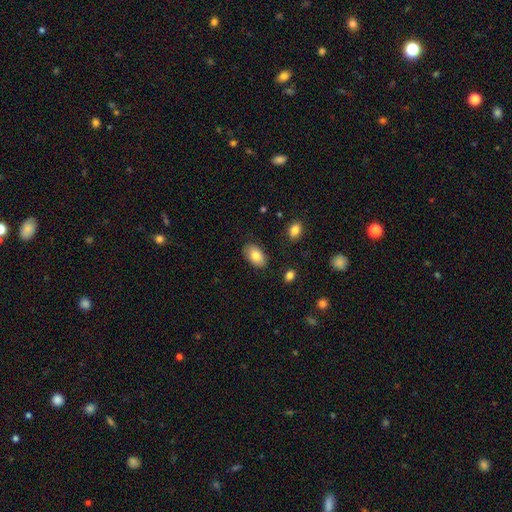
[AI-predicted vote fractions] Smooth or featured: smooth — 80% (featured or disk — 13%)
How rounded: in between — 94% (round — 5%)
Merging: none — 85% (minor disturbance — 11%)